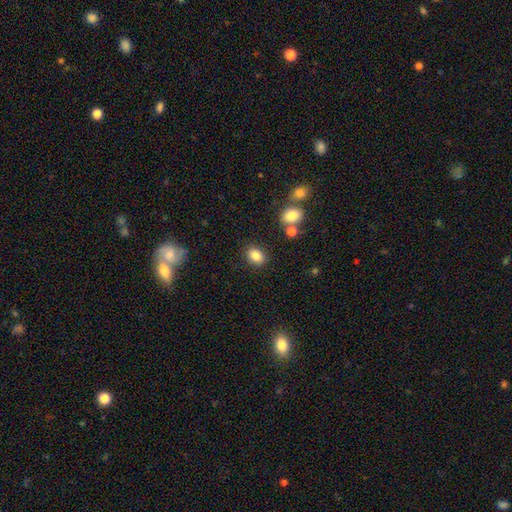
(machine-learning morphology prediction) The model was most divided on "how rounded": in between: 70%, round: 29%, cigar-shaped: 1%. More confident: merging — none (84%); smooth or featured — smooth (83%).